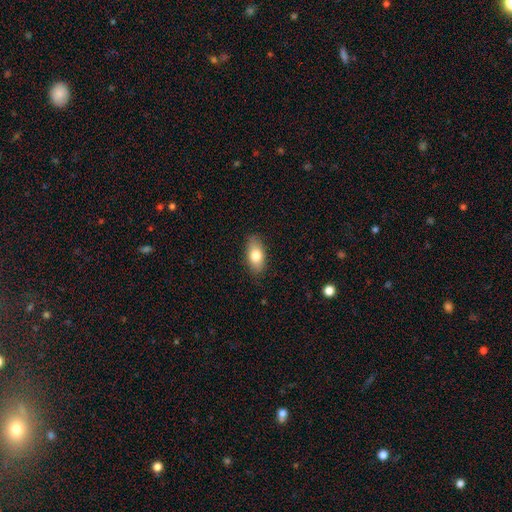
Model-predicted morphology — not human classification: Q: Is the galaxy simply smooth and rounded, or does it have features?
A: smooth — 77%.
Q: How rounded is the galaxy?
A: in between — 88%.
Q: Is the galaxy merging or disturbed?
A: none — 86%.